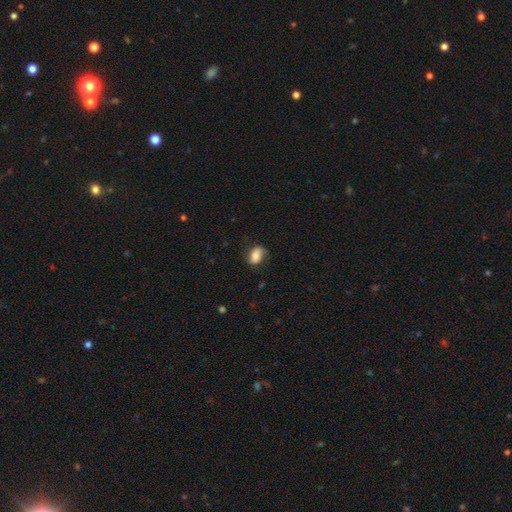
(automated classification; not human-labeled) A smooth galaxy with no disk features (74%) that is in between round and cigar-shaped (84%).

Vote fractions:
- Smooth or featured? smooth: 74% / featured or disk: 17% / star or artifact: 8%
- How rounded? in between: 84% / round: 14% / cigar-shaped: 2%
- Merging? none: 66% / minor disturbance: 24% / major disturbance: 8% / merger: 1%